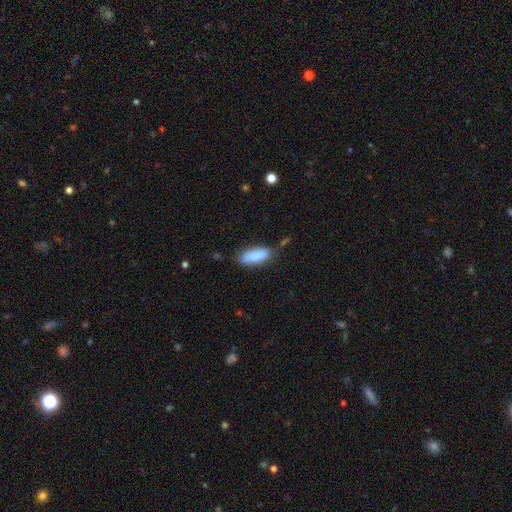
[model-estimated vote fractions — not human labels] This is clearly a smooth galaxy (86%). How rounded: likely in between (70%). Merging: likely none (71%).